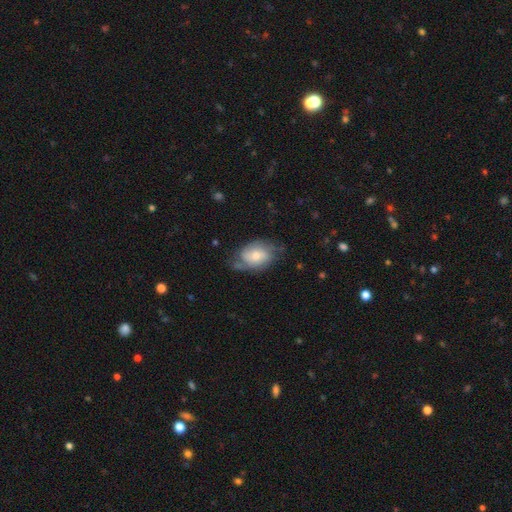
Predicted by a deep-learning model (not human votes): smooth_or_featured: featured or disk (p=0.47) [tied with: smooth p=0.47]
merging: none (p=0.52) [alt: minor disturbance p=0.31]